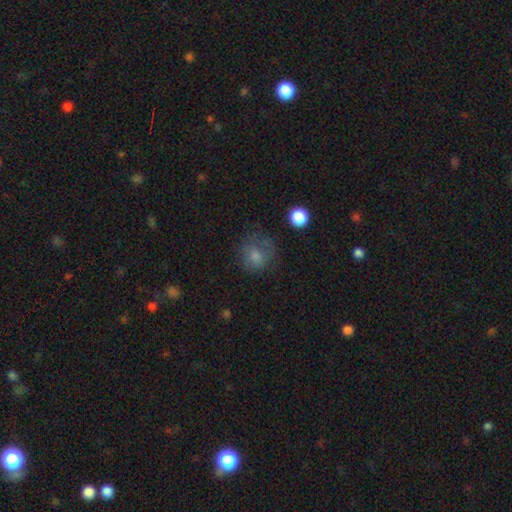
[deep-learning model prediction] A smooth galaxy with no disk features (70%) that is round (79%).

Vote fractions:
- Smooth or featured? smooth: 70% / star or artifact: 15% / featured or disk: 15%
- How rounded? round: 79% / in between: 20% / cigar-shaped: 1%
- Merging? none: 60% / minor disturbance: 22% / major disturbance: 16% / merger: 2%